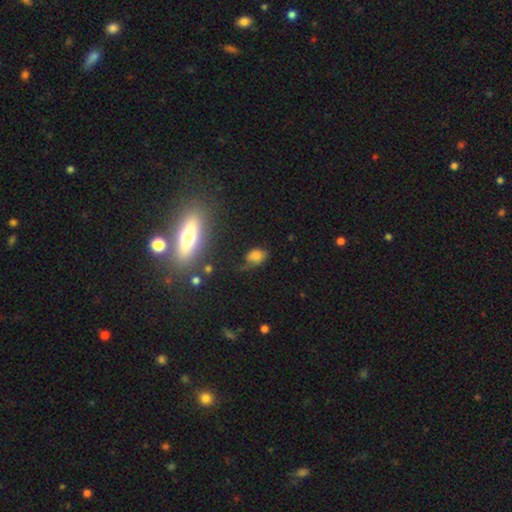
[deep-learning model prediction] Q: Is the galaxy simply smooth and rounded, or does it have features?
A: smooth — 69%.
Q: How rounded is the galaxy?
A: in between — 72%.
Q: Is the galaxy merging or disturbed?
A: none — 38%.